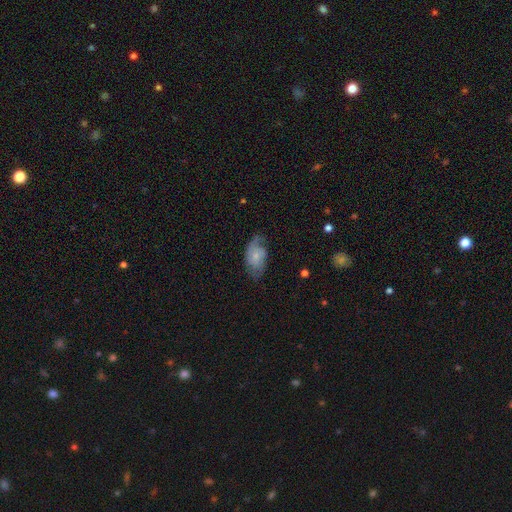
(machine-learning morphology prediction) Overall: featured or disk (56%; smooth 37%). Edge-on disk: no (95%). Bar: no (73%). Spiral arms: yes (85%). Bulge size: small (61%; moderate 24%). Merging: none (56%; minor disturbance 27%).